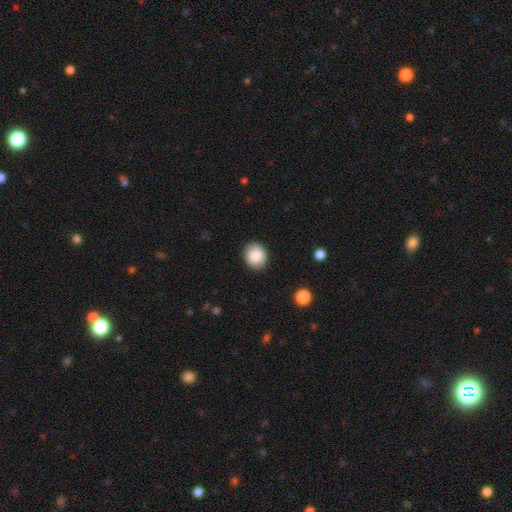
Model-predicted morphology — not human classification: Q: Smooth or featured?
A: smooth (87%); runner-up: star or artifact (8%)
Q: How rounded?
A: round (68%); runner-up: in between (31%)
Q: Merging?
A: none (88%); runner-up: minor disturbance (8%)